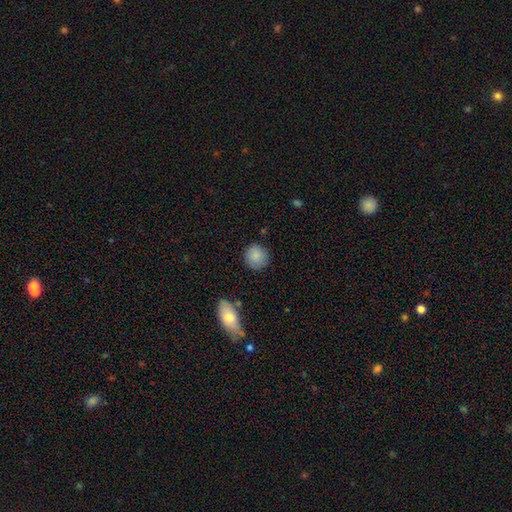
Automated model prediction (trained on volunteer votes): This is clearly a smooth galaxy (87%). How rounded: clearly round (89%). Merging: clearly none (84%).